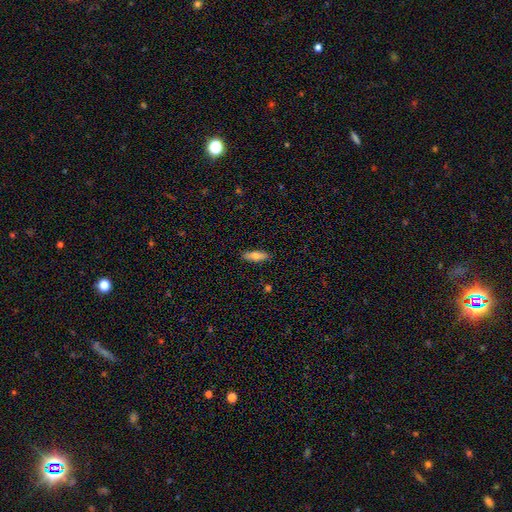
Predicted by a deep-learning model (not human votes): smooth-or-featured: smooth: 75% | featured or disk: 19% | star or artifact: 6%
  how-rounded: in between: 61% | cigar-shaped: 36% | round: 2%
  merging: none: 88% | minor disturbance: 9% | major disturbance: 2% | merger: 1%